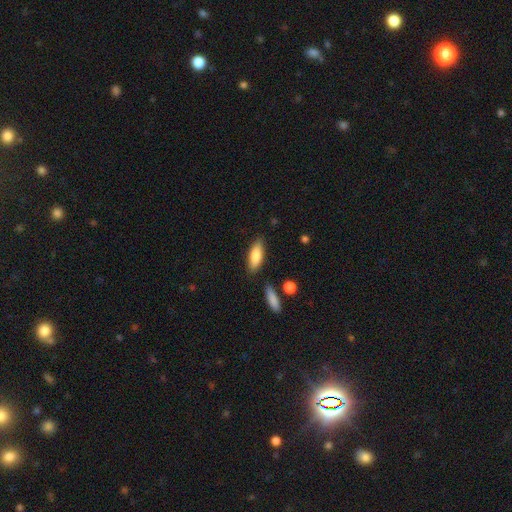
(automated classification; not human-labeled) This appears to be a smooth galaxy with no disk features (81%) that is in between round and cigar-shaped (65%). Merging: none (82%).